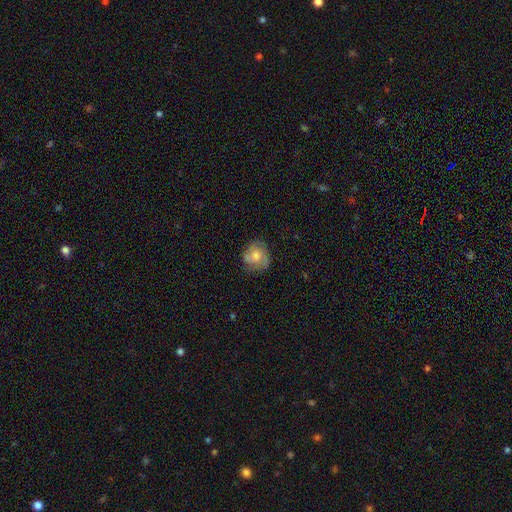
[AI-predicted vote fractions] The model was most divided on "smooth or featured": featured or disk: 46%, smooth: 45%, star or artifact: 9%. More confident: merging — none (70%).